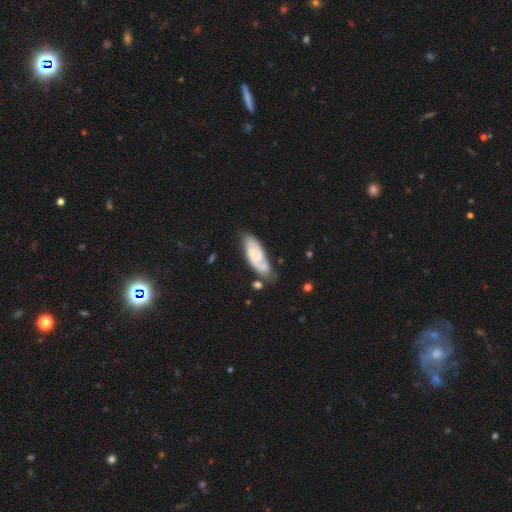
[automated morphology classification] A featured or disk galaxy (52%). Merging: none (56%).